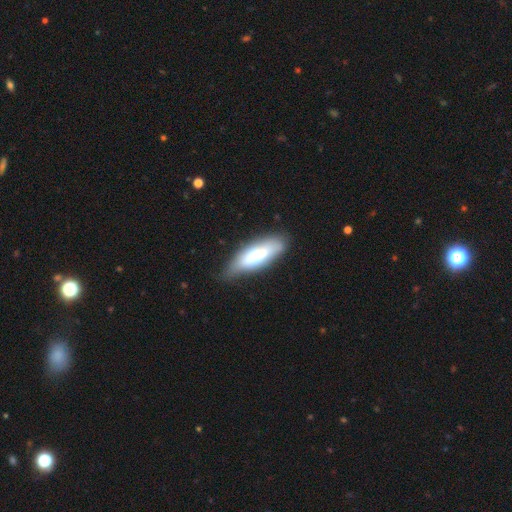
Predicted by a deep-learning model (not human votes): Q: Smooth or featured?
A: smooth (58%); runner-up: featured or disk (34%)
Q: How rounded?
A: in between (57%); runner-up: cigar-shaped (41%)
Q: Merging?
A: none (65%); runner-up: minor disturbance (24%)